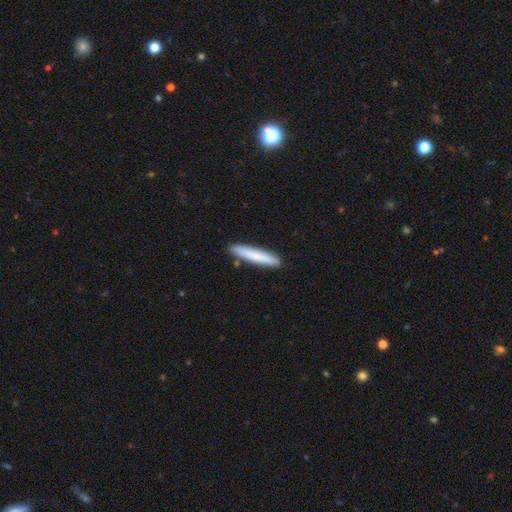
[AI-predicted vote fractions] This appears to be a smooth galaxy with no disk features (75%) that is cigar-shaped (93%). Merging: none (88%).